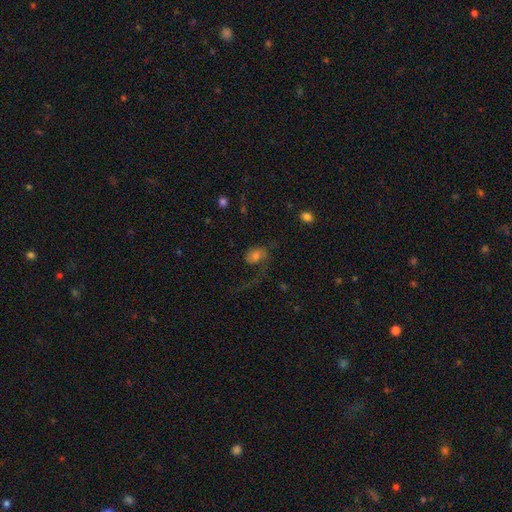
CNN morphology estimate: Smooth or featured? Predicted: smooth (p=0.47). Merging? Predicted: major disturbance (p=0.50).